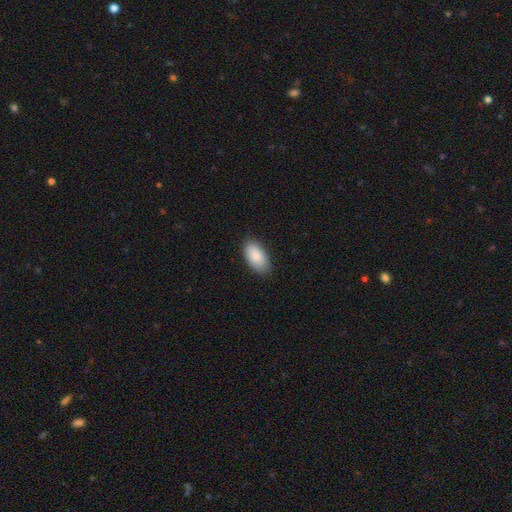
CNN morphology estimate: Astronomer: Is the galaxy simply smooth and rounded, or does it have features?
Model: smooth — 89%.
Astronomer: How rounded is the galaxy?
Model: in between — 95%.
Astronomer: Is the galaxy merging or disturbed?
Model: none — 84%.